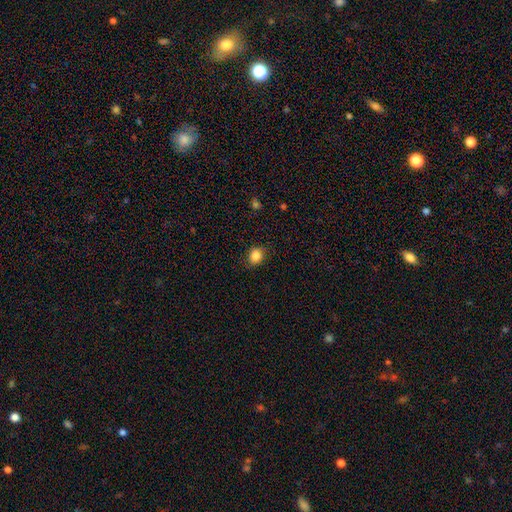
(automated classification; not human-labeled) Morphology: type=smooth (85%); roundness=round (64%); merging=none (83%).